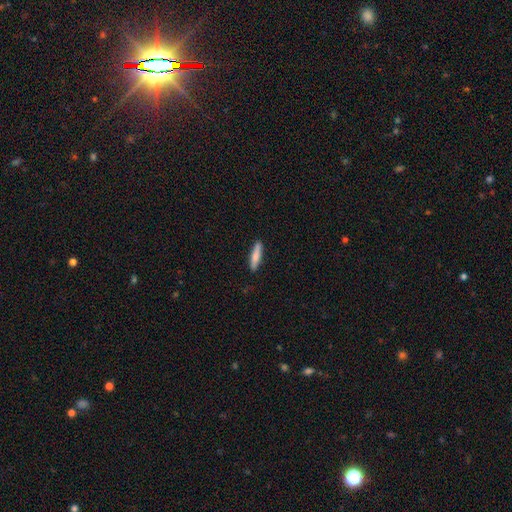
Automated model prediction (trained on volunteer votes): smooth 78%, featured or disk 17%, star or artifact 5%. Down the decision tree: how rounded — cigar-shaped (82%); merging — none (88%).